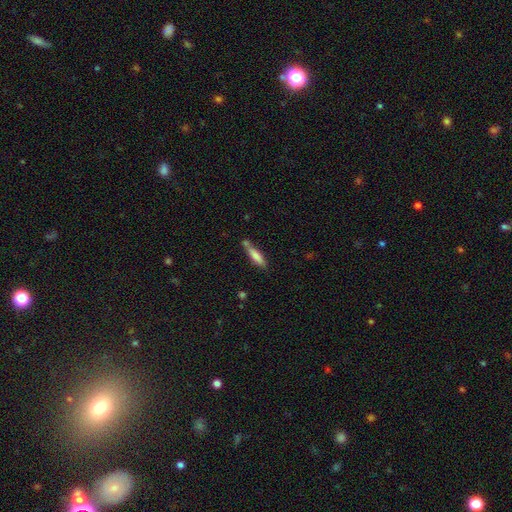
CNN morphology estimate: type=smooth (74%); roundness=cigar-shaped (79%); merging=none (59%).